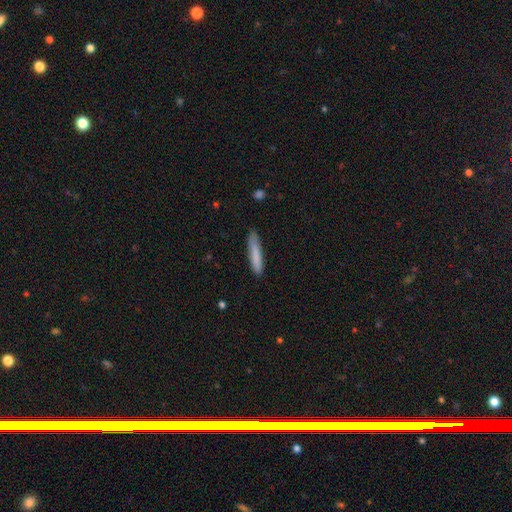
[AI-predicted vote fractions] smooth_or_featured: smooth (p=0.82) [alt: featured or disk p=0.12]
how_rounded: cigar-shaped (p=0.91) [alt: in between p=0.07]
merging: none (p=0.83) [alt: minor disturbance p=0.14]